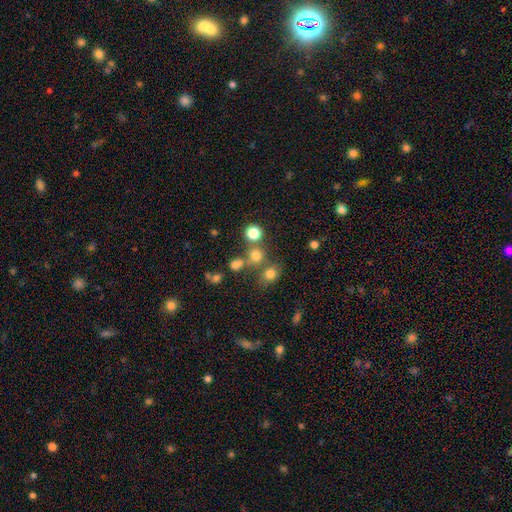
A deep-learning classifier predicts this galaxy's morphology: A smooth galaxy with no disk features (70%) that is round (87%).

Vote fractions:
- Smooth or featured? smooth: 70% / star or artifact: 22% / featured or disk: 9%
- How rounded? round: 87% / in between: 12% / cigar-shaped: 1%
- Merging? none: 65% / merger: 23% / minor disturbance: 8% / major disturbance: 4%